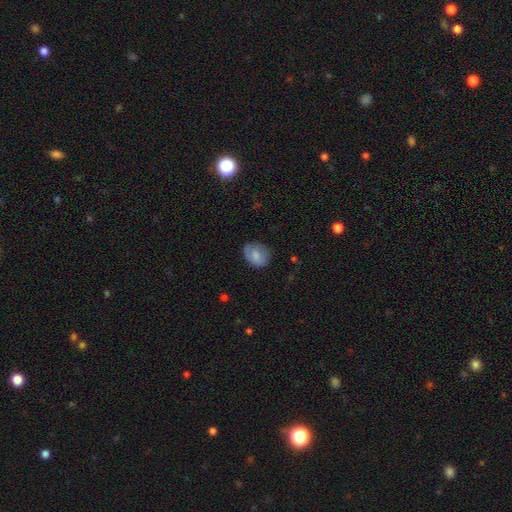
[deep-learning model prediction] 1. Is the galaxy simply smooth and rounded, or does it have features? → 74% smooth, 18% featured or disk, 8% star or artifact.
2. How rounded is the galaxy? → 55% in between, 44% round, 1% cigar-shaped.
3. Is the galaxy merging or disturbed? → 66% none, 25% minor disturbance, 8% major disturbance, 1% merger.